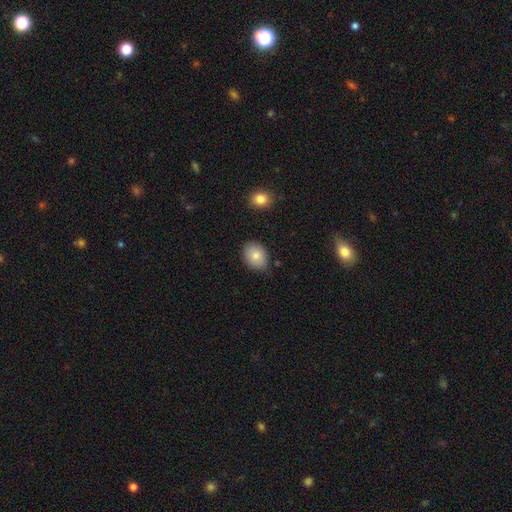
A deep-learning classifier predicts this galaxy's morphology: This appears to be a smooth galaxy with no disk features (82%) that is in between round and cigar-shaped (57%). Merging: none (75%).